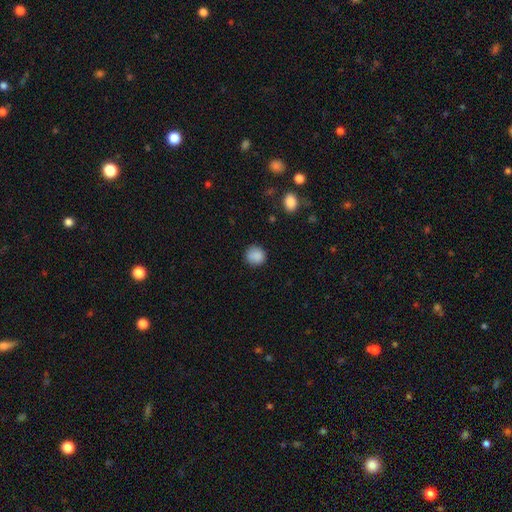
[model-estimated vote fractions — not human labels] The model was most divided on "how rounded": round: 88%, in between: 11%, cigar-shaped: 1%. More confident: smooth or featured — smooth (88%); merging — none (87%).